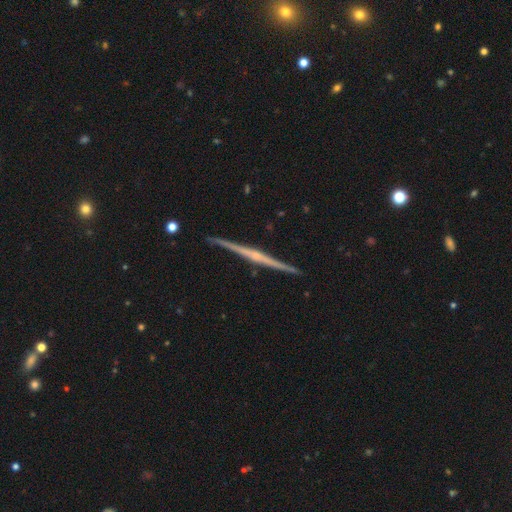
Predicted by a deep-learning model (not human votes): smooth_or_featured: featured or disk (p=0.85) [alt: smooth p=0.10]
disk_edge_on: yes (p=0.99) [alt: no p=0.01]
edge_on_bulge: rounded (p=0.62) [alt: none p=0.26]
merging: none (p=0.92) [alt: minor disturbance p=0.06]